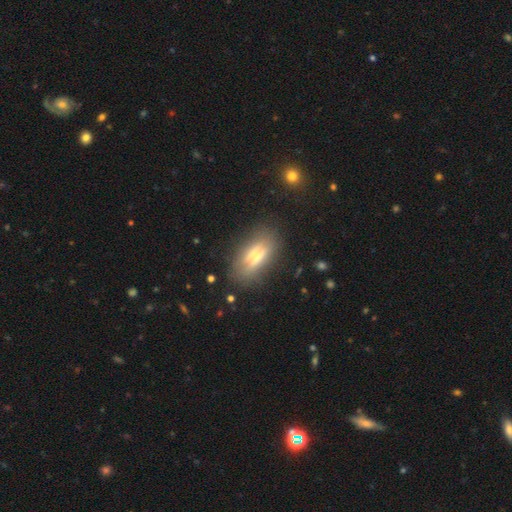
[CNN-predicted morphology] A smooth galaxy with no disk features (47%).

Vote fractions:
- Smooth or featured? smooth: 47% / featured or disk: 43% / star or artifact: 10%
- Merging? none: 70% / minor disturbance: 19% / major disturbance: 9% / merger: 2%